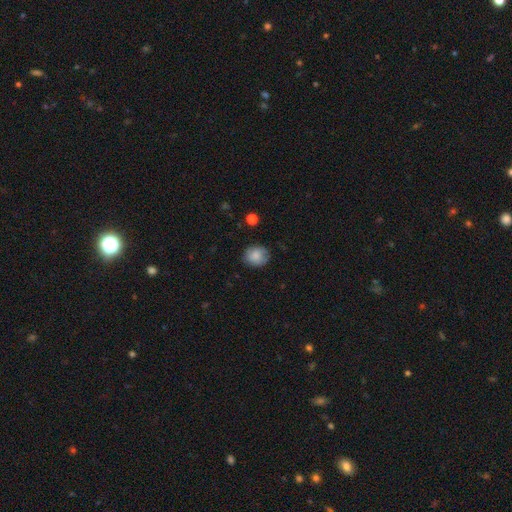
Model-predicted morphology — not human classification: This appears to be a smooth galaxy with no disk features (78%) that is round (65%). Merging: none (76%).